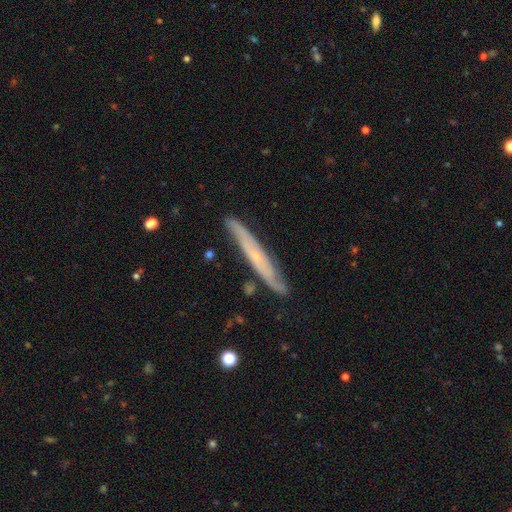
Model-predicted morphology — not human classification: Smooth or featured? featured or disk (68%)
Edge-on disk? yes (73%)
Edge-on bulge? none (55%)
Merging? none (82%)